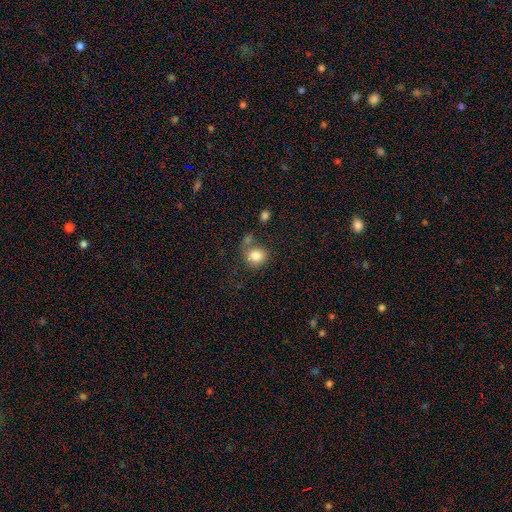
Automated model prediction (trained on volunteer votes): Overall: smooth (83%). How rounded: round (77%). Merging: none (55%; merger 21%).